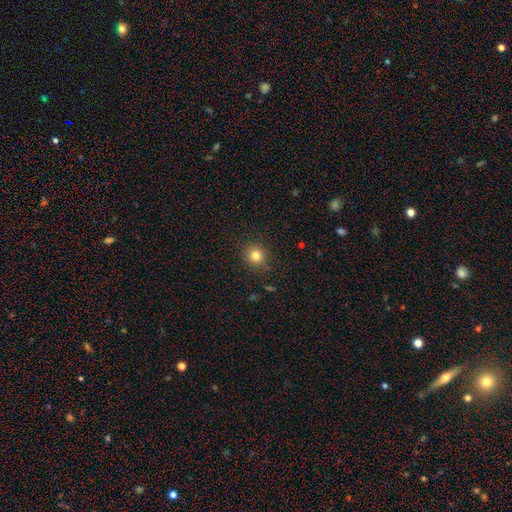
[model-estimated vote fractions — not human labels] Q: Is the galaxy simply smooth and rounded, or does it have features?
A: smooth — 81%.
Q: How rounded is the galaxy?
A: round — 84%.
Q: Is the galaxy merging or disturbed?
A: none — 89%.